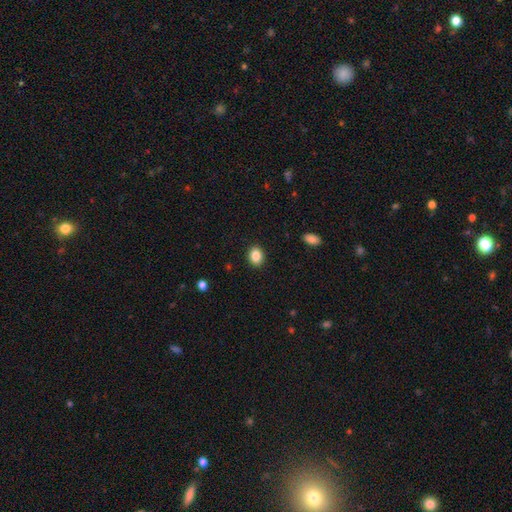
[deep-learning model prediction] This is clearly a smooth galaxy (86%). How rounded: possibly in between (59%). Merging: clearly none (90%).